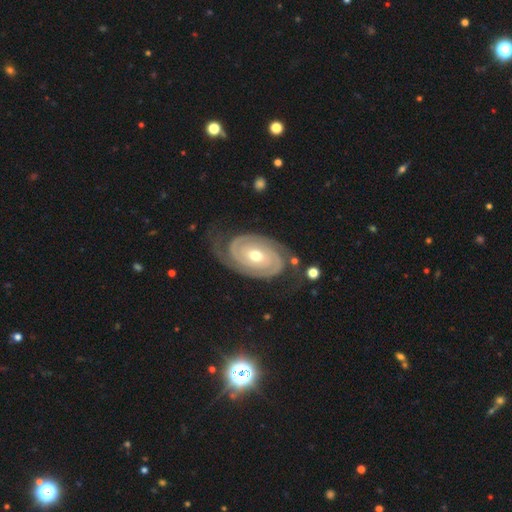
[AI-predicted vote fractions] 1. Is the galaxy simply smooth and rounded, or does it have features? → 91% featured or disk, 5% smooth, 4% star or artifact.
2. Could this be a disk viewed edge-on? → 97% no, 3% yes.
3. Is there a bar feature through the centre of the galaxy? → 65% no, 23% weak, 12% strong.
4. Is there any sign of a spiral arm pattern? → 98% yes, 2% no.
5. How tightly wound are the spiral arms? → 78% tight, 18% medium, 4% loose.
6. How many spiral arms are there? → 89% 2, 4% can't tell, 3% 3, 2% 1, 1% 4, 1% more than 4.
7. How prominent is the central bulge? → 65% moderate, 31% small, 3% large, 1% dominant, 1% none.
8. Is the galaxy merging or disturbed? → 76% none, 14% minor disturbance, 8% major disturbance, 2% merger.